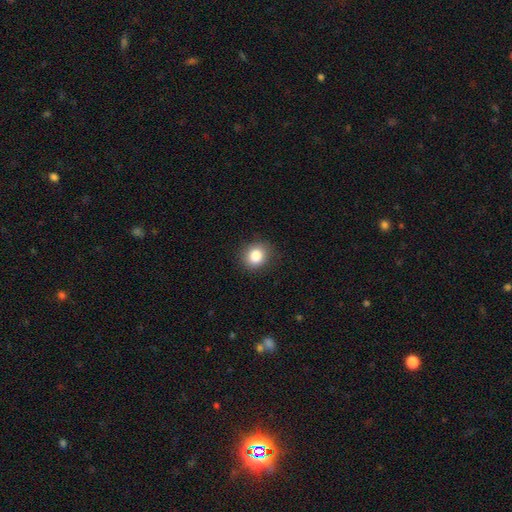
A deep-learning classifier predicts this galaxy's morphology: A smooth galaxy with no disk features (85%) that is round (77%). Merging: none (86%).